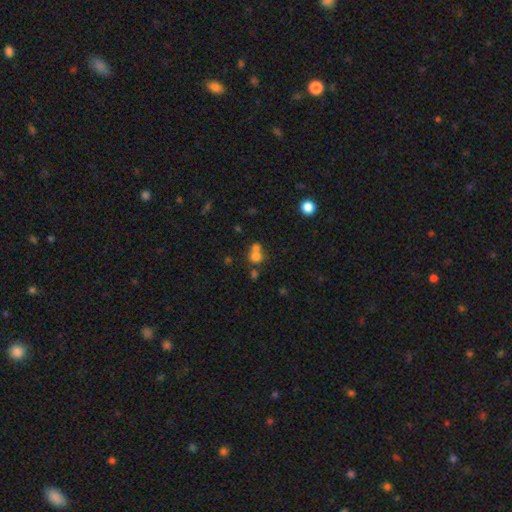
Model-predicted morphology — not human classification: smooth-or-featured: smooth: 70% | star or artifact: 16% | featured or disk: 13%
  how-rounded: round: 82% | in between: 17% | cigar-shaped: 1%
  merging: merger: 55% | none: 36% | minor disturbance: 6% | major disturbance: 3%